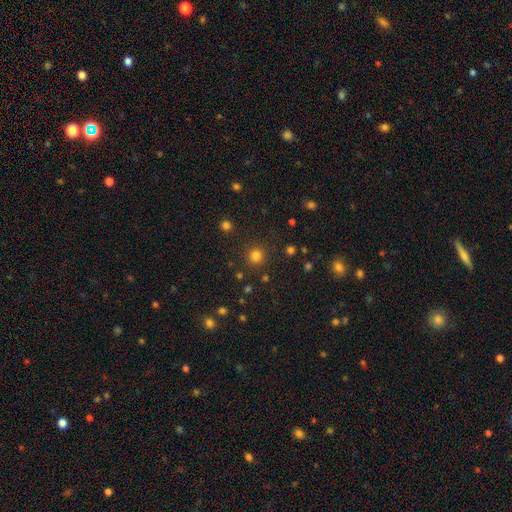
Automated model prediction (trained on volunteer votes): This is likely a smooth galaxy (80%). How rounded: clearly round (93%). Merging: clearly none (88%).